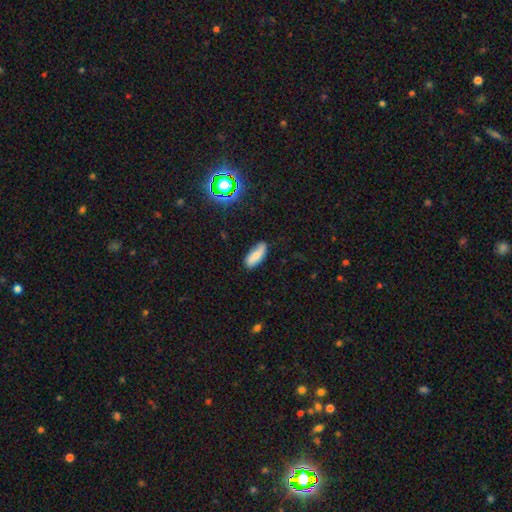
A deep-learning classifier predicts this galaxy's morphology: smooth_or_featured: smooth (p=0.78) [alt: featured or disk p=0.13]
how_rounded: in between (p=0.72) [alt: cigar-shaped p=0.25]
merging: none (p=0.71) [alt: minor disturbance p=0.22]